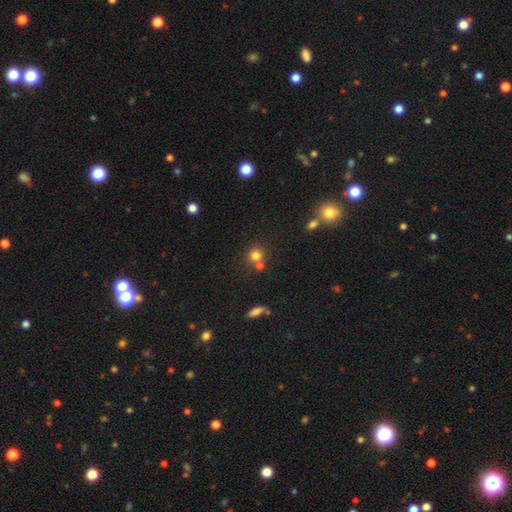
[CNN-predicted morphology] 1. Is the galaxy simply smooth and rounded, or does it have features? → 77% smooth, 15% star or artifact, 8% featured or disk.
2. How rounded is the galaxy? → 87% round, 12% in between, 1% cigar-shaped.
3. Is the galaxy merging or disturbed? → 58% none, 31% merger, 8% minor disturbance, 3% major disturbance.